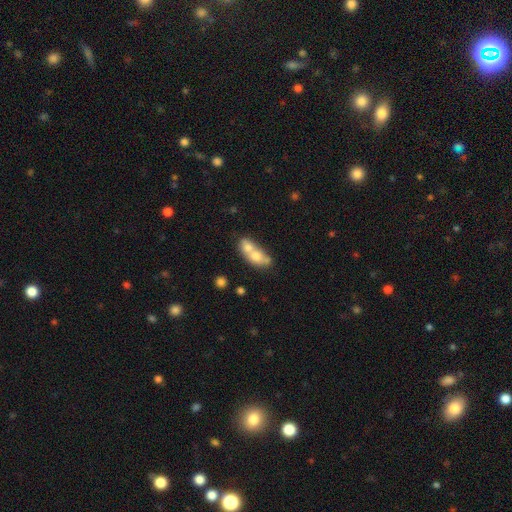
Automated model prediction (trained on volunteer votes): Smooth or featured? Predicted: smooth (p=0.64). How rounded? Predicted: in between (p=0.67). Merging? Predicted: merger (p=0.70).